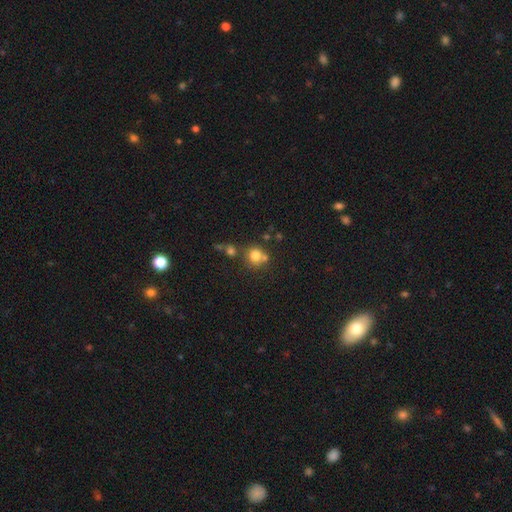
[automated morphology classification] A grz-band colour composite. It shows a smooth galaxy with no disk features (77%) that is round (88%). Merging: none (60%).